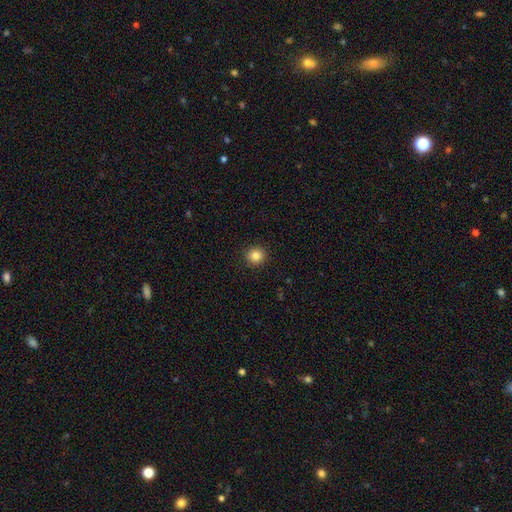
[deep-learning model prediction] Smooth or featured? Predicted: smooth (p=0.84). How rounded? Predicted: round (p=0.92). Merging? Predicted: none (p=0.92).